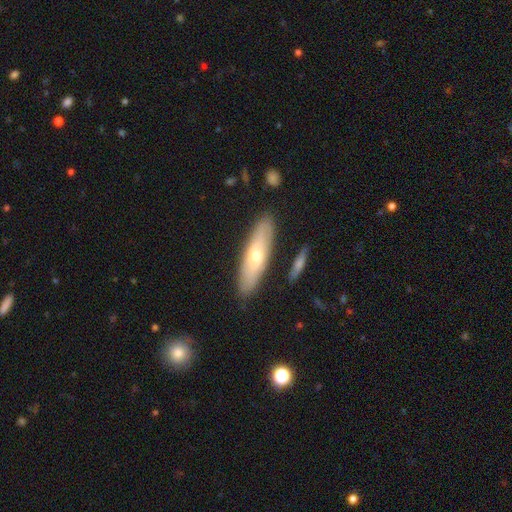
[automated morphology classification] Smooth or featured?
  - smooth: 49% *
  - featured or disk: 45%
  - star or artifact: 6%
Merging?
  - none: 85% *
  - minor disturbance: 10%
  - merger: 2%
  - major disturbance: 2%